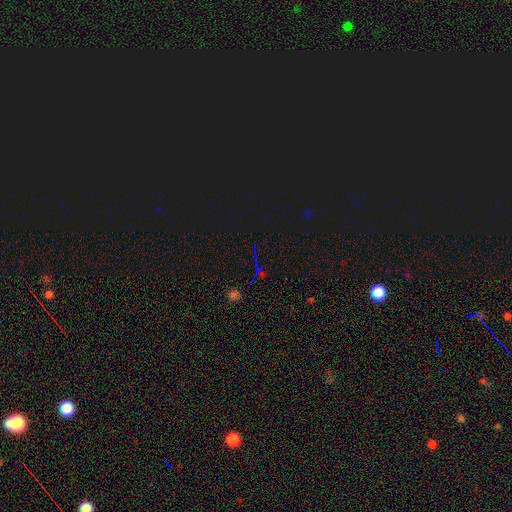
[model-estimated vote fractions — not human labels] The model was most divided on "smooth or featured": star or artifact: 79%, smooth: 12%, featured or disk: 9%.